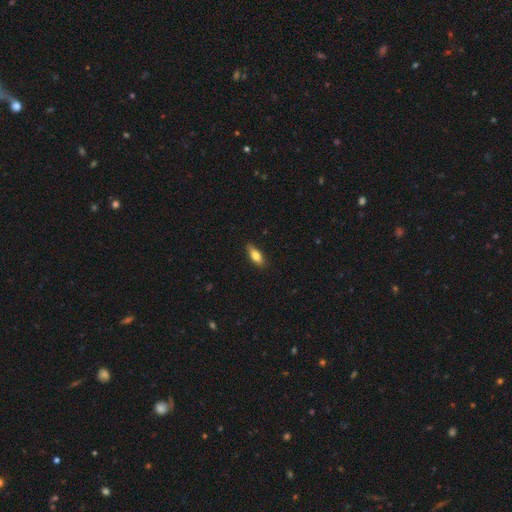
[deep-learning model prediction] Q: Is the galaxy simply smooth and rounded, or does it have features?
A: smooth — 74%.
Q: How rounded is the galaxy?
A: in between — 72%.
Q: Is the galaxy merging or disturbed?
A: none — 87%.